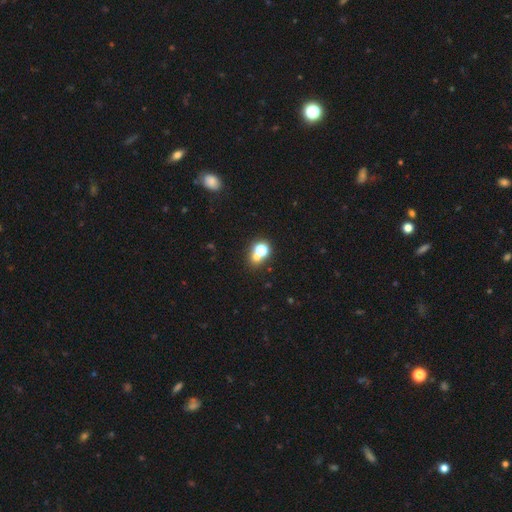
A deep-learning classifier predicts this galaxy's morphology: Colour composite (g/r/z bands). It shows a smooth galaxy with no disk features (60%) that is round (68%). Merging: none (47%).